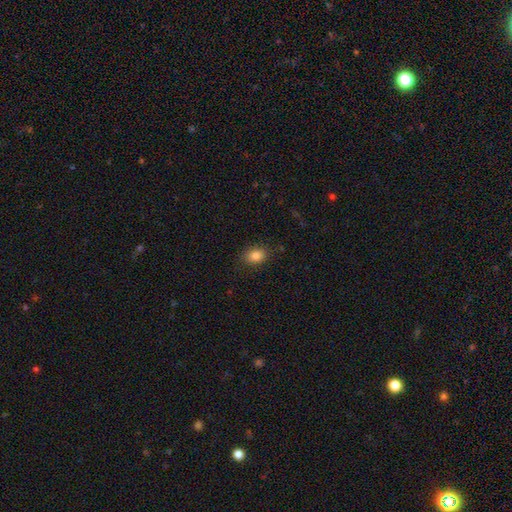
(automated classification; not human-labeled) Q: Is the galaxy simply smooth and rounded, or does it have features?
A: smooth — 84%.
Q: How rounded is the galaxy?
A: in between — 69%.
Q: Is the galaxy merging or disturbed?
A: none — 86%.